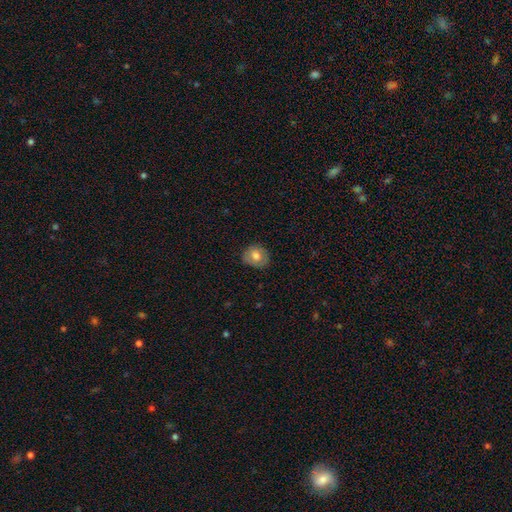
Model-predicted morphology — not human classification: A smooth galaxy with no disk features (72%) that is round (69%).

Vote fractions:
- Smooth or featured? smooth: 72% / featured or disk: 20% / star or artifact: 8%
- How rounded? round: 69% / in between: 31% / cigar-shaped: 1%
- Merging? none: 81% / minor disturbance: 15% / major disturbance: 3% / merger: 1%